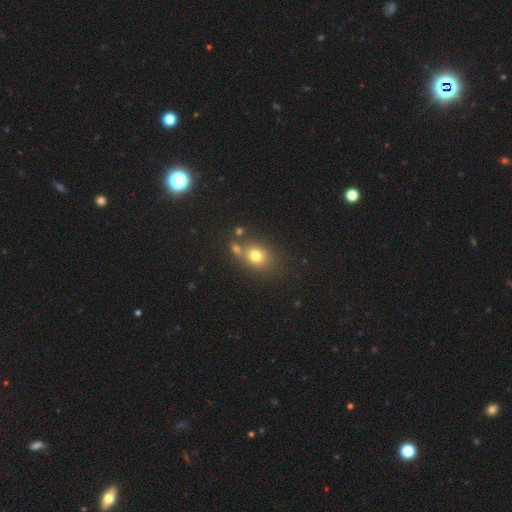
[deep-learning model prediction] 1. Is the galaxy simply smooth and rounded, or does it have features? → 75% smooth, 13% star or artifact, 11% featured or disk.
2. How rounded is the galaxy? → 52% round, 47% in between, 1% cigar-shaped.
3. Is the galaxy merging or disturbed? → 57% none, 25% merger, 13% minor disturbance, 5% major disturbance.